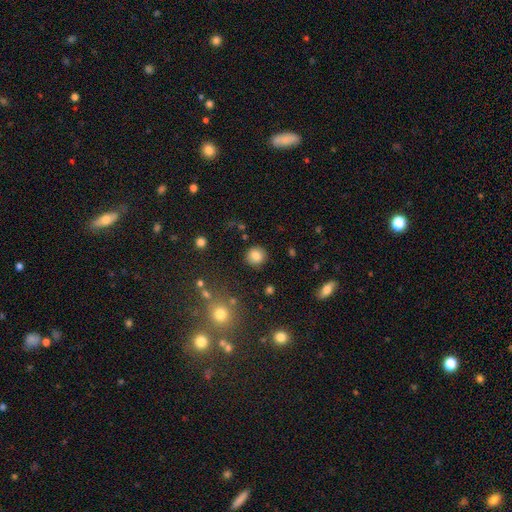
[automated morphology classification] smooth_or_featured: smooth (p=0.82) [alt: star or artifact p=0.10]
how_rounded: round (p=0.90) [alt: in between p=0.09]
merging: none (p=0.89) [alt: minor disturbance p=0.07]